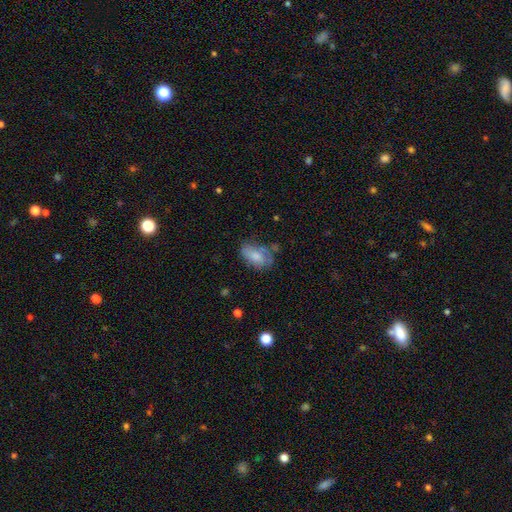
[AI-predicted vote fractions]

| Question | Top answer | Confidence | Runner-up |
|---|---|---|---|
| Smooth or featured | smooth | 73% | featured or disk (19%) |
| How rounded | in between | 91% | round (5%) |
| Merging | none | 48% | minor disturbance (31%) |